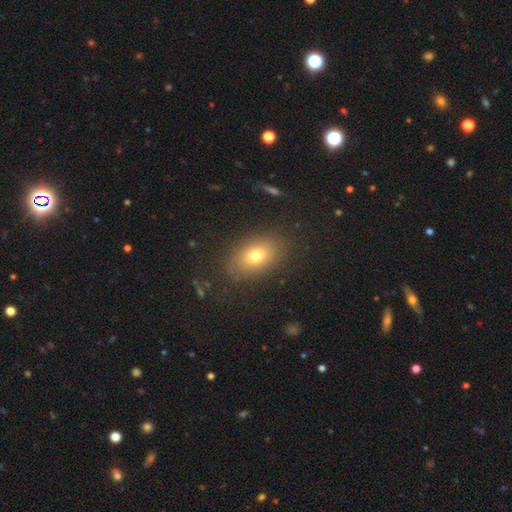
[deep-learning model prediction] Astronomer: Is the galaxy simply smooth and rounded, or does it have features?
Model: smooth — 74%.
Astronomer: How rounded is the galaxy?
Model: in between — 82%.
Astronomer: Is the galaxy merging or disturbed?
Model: none — 84%.